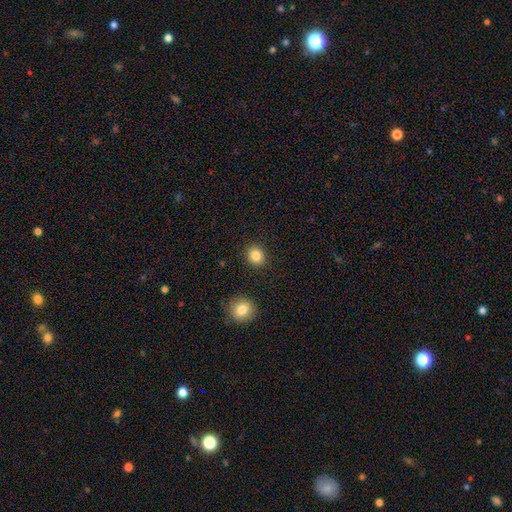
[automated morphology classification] Smooth or featured? smooth (84%)
How rounded? round (75%)
Merging? none (90%)